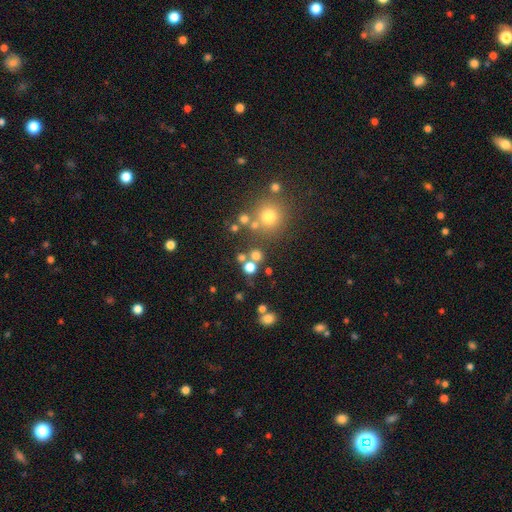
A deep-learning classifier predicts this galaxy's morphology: A smooth galaxy with no disk features (68%) that is round (89%).

Vote fractions:
- Smooth or featured? smooth: 68% / star or artifact: 21% / featured or disk: 10%
- How rounded? round: 89% / in between: 10% / cigar-shaped: 1%
- Merging? none: 68% / merger: 20% / minor disturbance: 8% / major disturbance: 4%